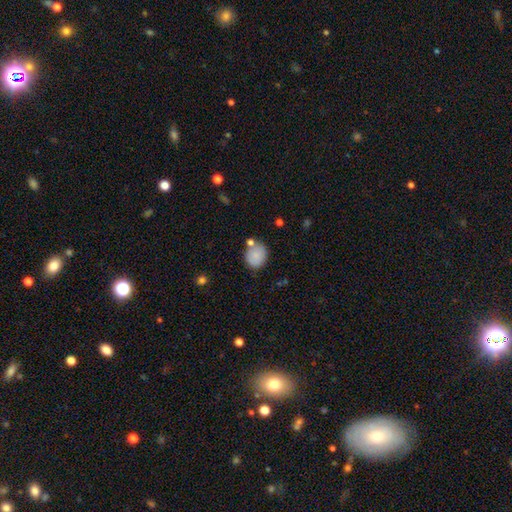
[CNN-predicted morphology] smooth_or_featured: smooth (p=0.83) [alt: featured or disk p=0.09]
how_rounded: round (p=0.70) [alt: in between p=0.29]
merging: none (p=0.67) [alt: minor disturbance p=0.16]